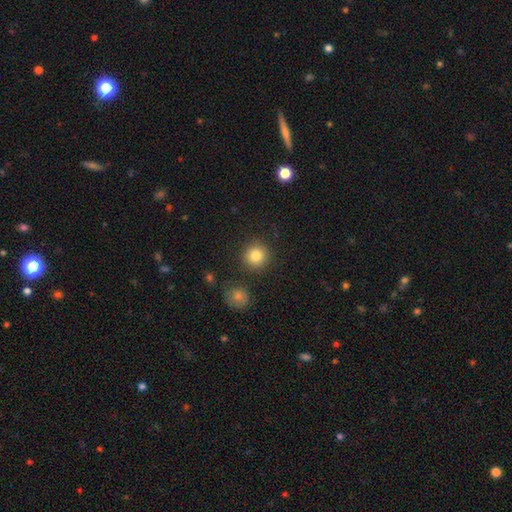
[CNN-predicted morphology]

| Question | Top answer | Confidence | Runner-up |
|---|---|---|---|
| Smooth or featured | smooth | 84% | star or artifact (10%) |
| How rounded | round | 93% | in between (6%) |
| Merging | none | 88% | minor disturbance (6%) |